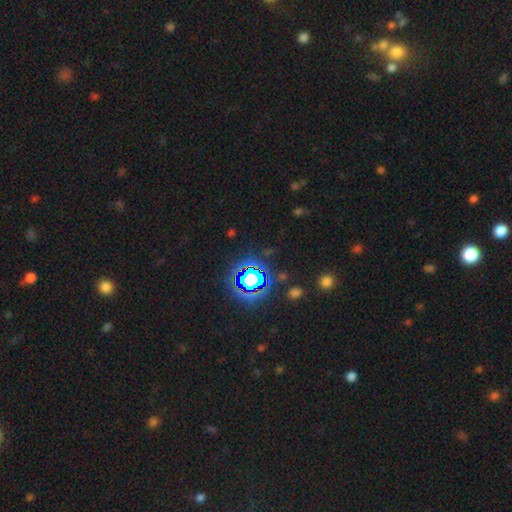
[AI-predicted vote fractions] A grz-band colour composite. It shows a star or artifact, not a galaxy (80%).